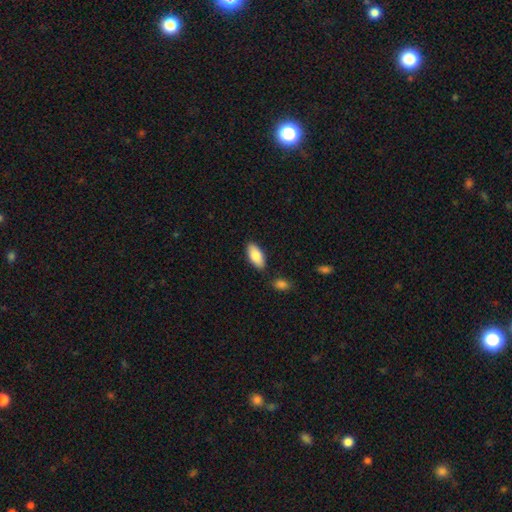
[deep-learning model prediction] The model was most divided on "smooth or featured": smooth: 83%, featured or disk: 11%, star or artifact: 6%. More confident: how rounded — in between (91%); merging — none (85%).